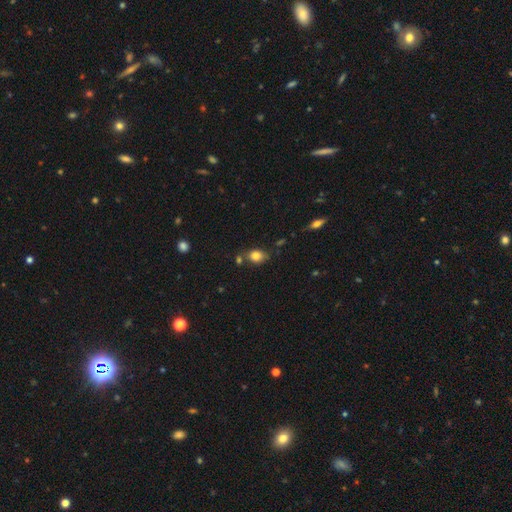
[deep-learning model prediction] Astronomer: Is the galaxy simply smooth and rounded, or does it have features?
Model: smooth — 81%.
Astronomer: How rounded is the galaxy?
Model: in between — 62%.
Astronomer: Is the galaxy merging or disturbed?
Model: none — 66%.